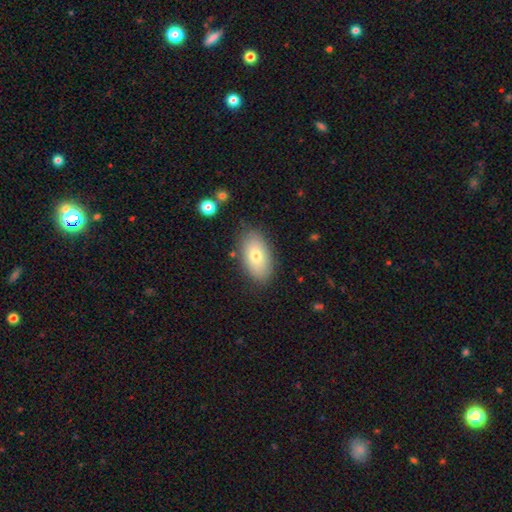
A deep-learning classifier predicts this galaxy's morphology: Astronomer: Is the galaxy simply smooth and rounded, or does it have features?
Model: smooth — 73%.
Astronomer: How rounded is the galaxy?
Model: in between — 92%.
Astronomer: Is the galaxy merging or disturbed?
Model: none — 84%.